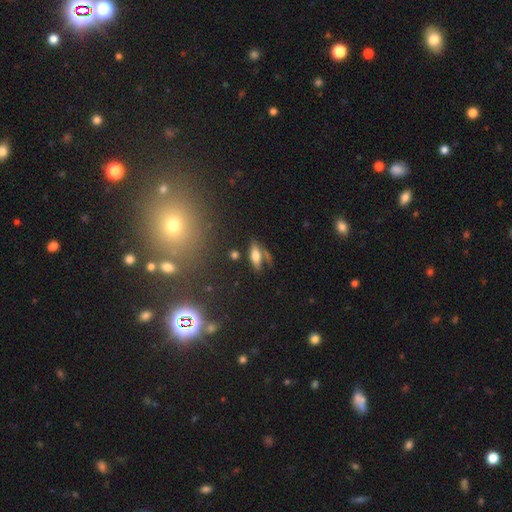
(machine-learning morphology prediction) smooth-or-featured: smooth: 59% | featured or disk: 31% | star or artifact: 11%
  how-rounded: in between: 62% | cigar-shaped: 33% | round: 5%
  merging: none: 58% | minor disturbance: 19% | merger: 14% | major disturbance: 10%